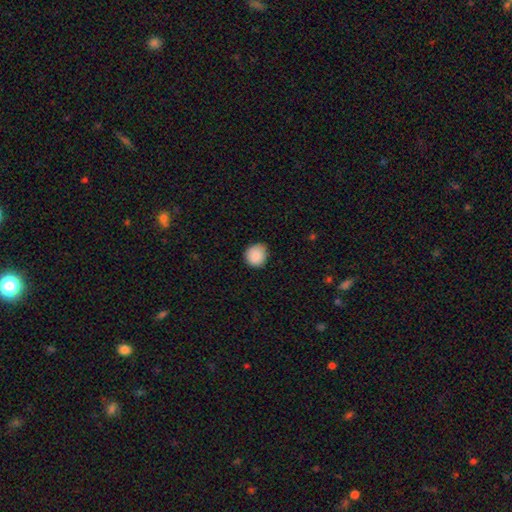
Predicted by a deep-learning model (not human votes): This appears to be a smooth galaxy with no disk features (88%) that is round (86%). Merging: none (73%).